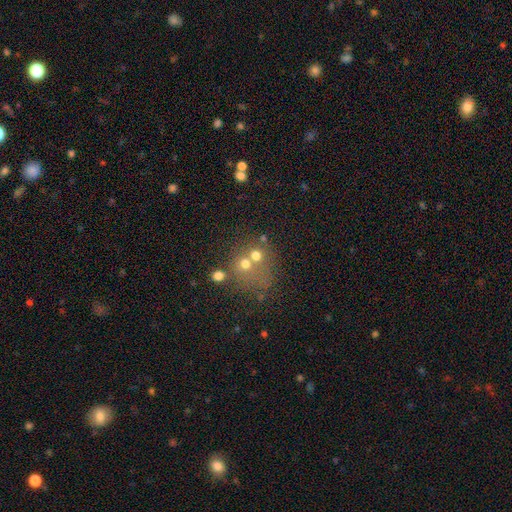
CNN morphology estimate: The model was most divided on "merging": merger: 45%, none: 41%, minor disturbance: 8%, major disturbance: 6%. More confident: how rounded — round (80%); smooth or featured — smooth (59%).